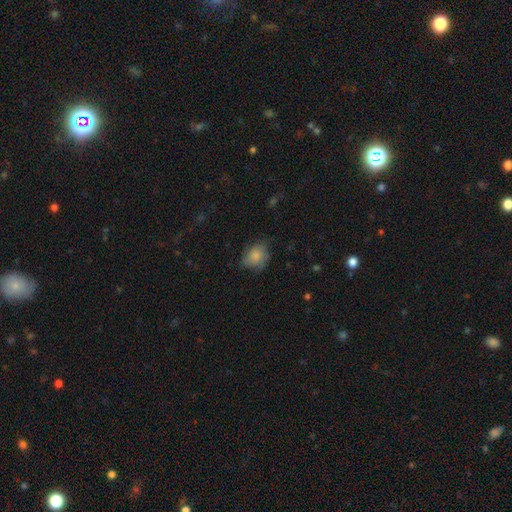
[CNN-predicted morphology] type=smooth (78%); roundness=in between (52%); merging=none (58%).